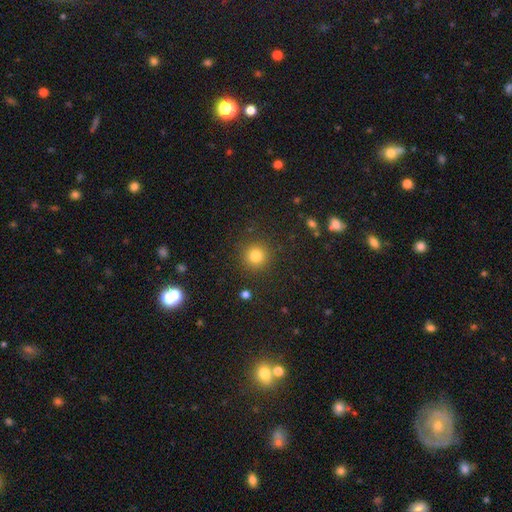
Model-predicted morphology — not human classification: This is clearly a smooth galaxy (82%). How rounded: clearly round (94%). Merging: clearly none (89%).